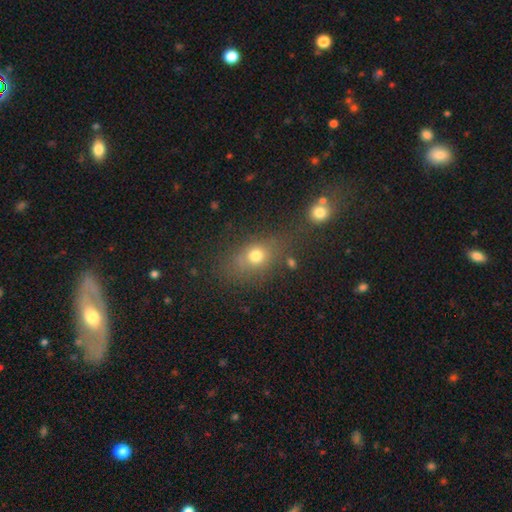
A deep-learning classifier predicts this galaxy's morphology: Q: Smooth or featured?
A: smooth (70%); runner-up: star or artifact (17%)
Q: How rounded?
A: in between (54%); runner-up: round (42%)
Q: Merging?
A: none (65%); runner-up: minor disturbance (16%)